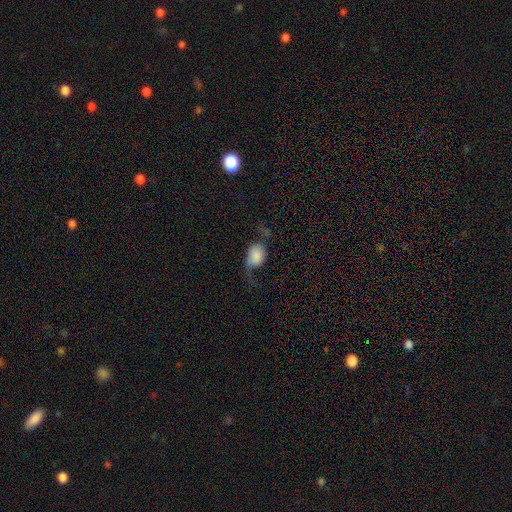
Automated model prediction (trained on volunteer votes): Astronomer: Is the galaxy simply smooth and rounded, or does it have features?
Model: smooth — 60%.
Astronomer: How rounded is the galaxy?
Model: in between — 68%.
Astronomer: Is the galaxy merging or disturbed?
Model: major disturbance — 36% (runner-up: none, 34%).